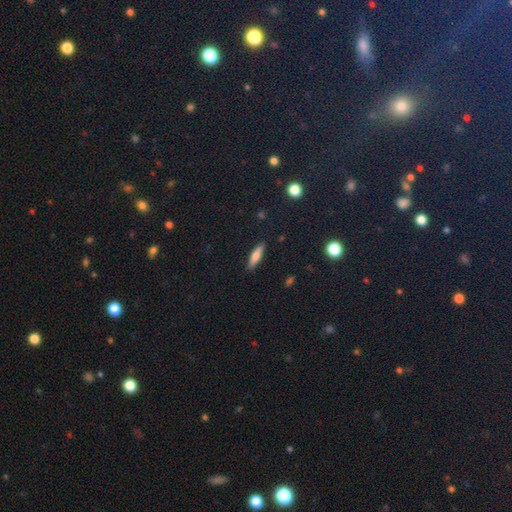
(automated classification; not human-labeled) Q: Smooth or featured?
A: smooth (66%); runner-up: featured or disk (26%)
Q: How rounded?
A: cigar-shaped (71%); runner-up: in between (27%)
Q: Merging?
A: none (88%); runner-up: minor disturbance (9%)